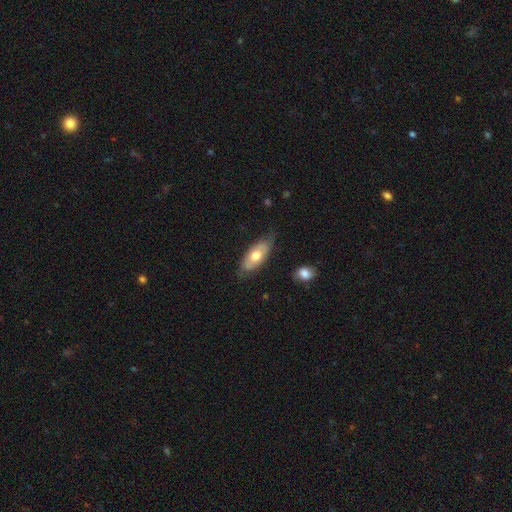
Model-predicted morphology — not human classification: Smooth or featured? smooth (59%)
How rounded? in between (83%)
Merging? none (72%)